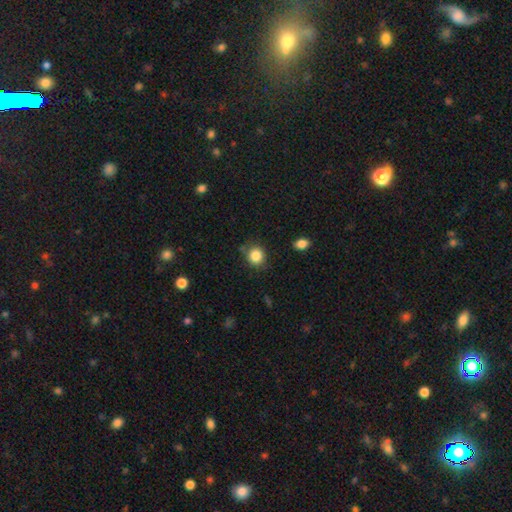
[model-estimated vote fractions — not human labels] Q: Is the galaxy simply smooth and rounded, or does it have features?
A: smooth — 85%.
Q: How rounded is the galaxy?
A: round — 83%.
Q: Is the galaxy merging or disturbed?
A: none — 81%.